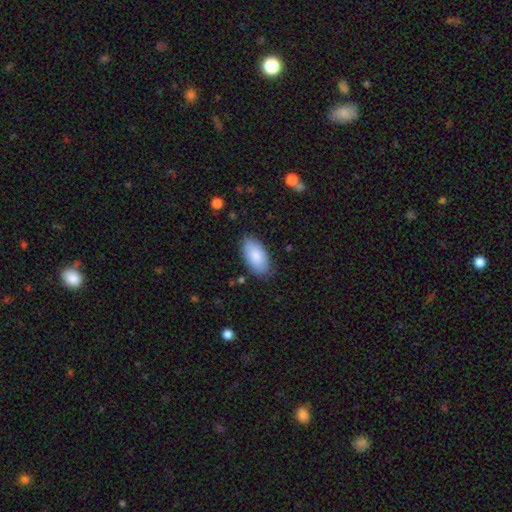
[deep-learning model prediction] Smooth or featured: smooth — 84% (featured or disk — 10%)
How rounded: in between — 95% (cigar-shaped — 3%)
Merging: none — 80% (minor disturbance — 15%)